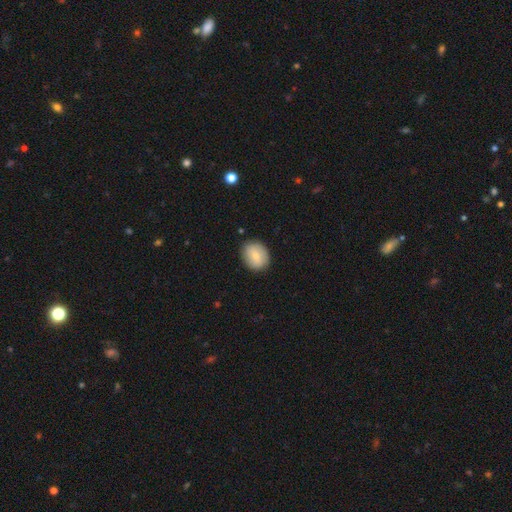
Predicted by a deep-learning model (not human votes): Smooth or featured? smooth (76%)
How rounded? round (56%)
Merging? none (86%)